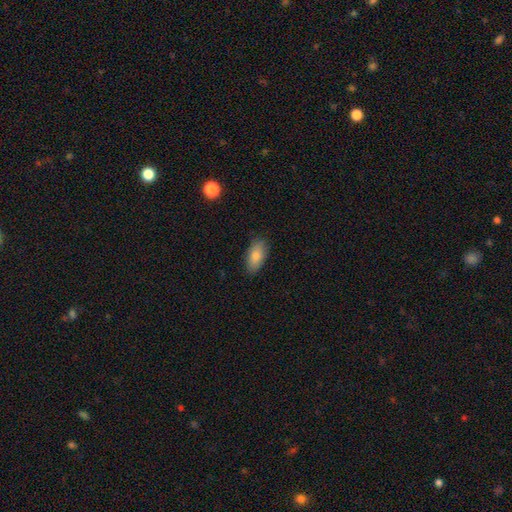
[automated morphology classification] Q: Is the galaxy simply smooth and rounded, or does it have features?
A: smooth — 80%.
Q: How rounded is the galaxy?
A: in between — 89%.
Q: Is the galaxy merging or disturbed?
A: none — 86%.